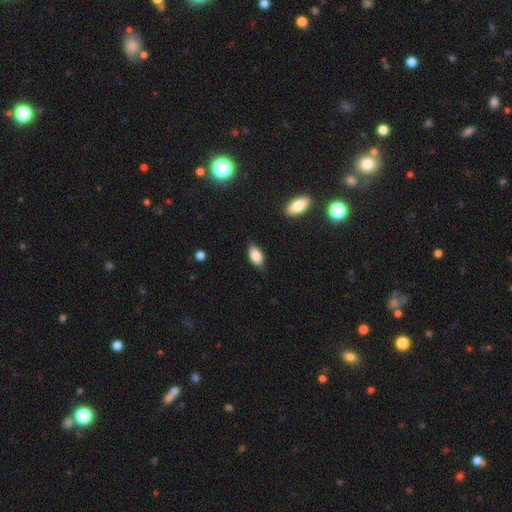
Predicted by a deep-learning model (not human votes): Smooth or featured?
  - smooth: 81% *
  - featured or disk: 12%
  - star or artifact: 7%
How rounded?
  - in between: 89% *
  - cigar-shaped: 8%
  - round: 3%
Merging?
  - none: 80% *
  - minor disturbance: 15%
  - major disturbance: 3%
  - merger: 1%